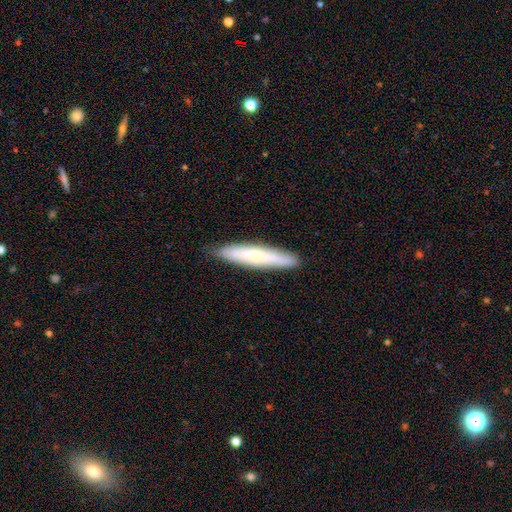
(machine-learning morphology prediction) smooth-or-featured: smooth: 53% | featured or disk: 41% | star or artifact: 6%
  how-rounded: cigar-shaped: 88% | in between: 10% | round: 1%
  merging: none: 88% | minor disturbance: 9% | major disturbance: 2% | merger: 1%